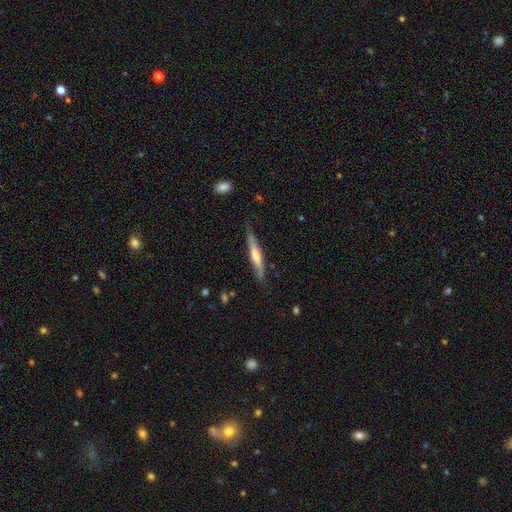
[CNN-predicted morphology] A smooth galaxy with no disk features (47%, tied with featured or disk). Merging: none (78%).